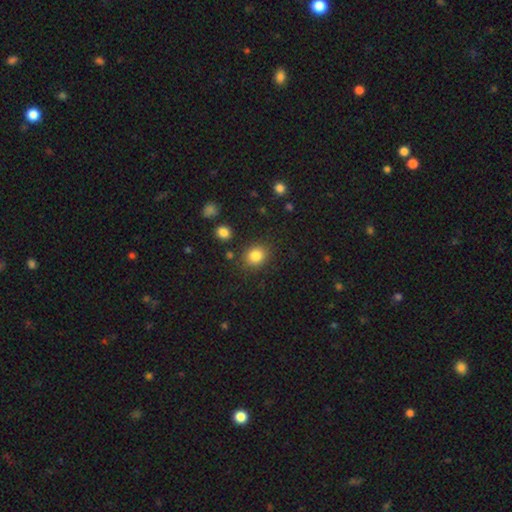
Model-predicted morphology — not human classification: smooth 84%, star or artifact 10%, featured or disk 6%. Down the decision tree: how rounded — round (61%); merging — none (85%).